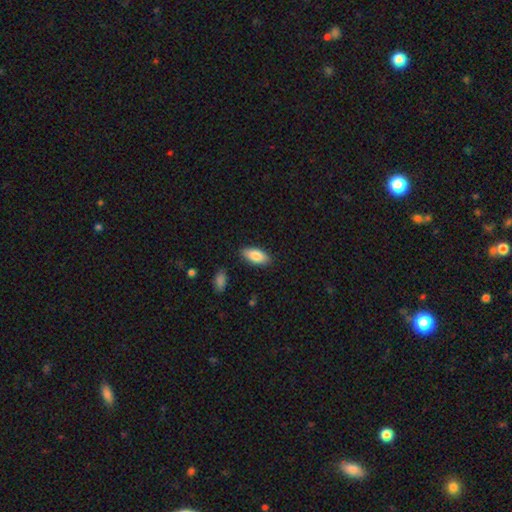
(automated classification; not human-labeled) smooth 83%, featured or disk 11%, star or artifact 6%. Down the decision tree: how rounded — in between (88%); merging — none (86%).